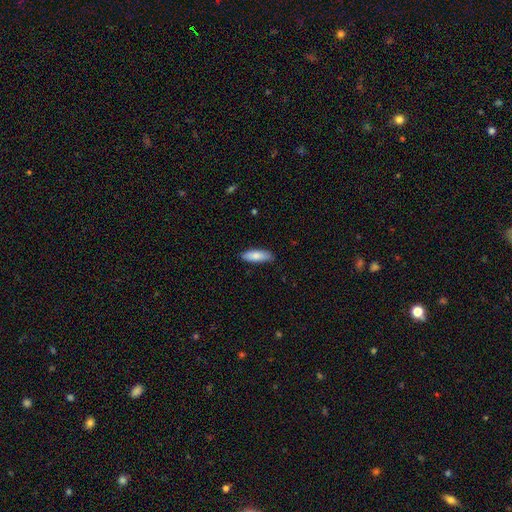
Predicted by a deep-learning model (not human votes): smooth 83%, featured or disk 11%, star or artifact 6%. Down the decision tree: how rounded — in between (58%); merging — none (85%).